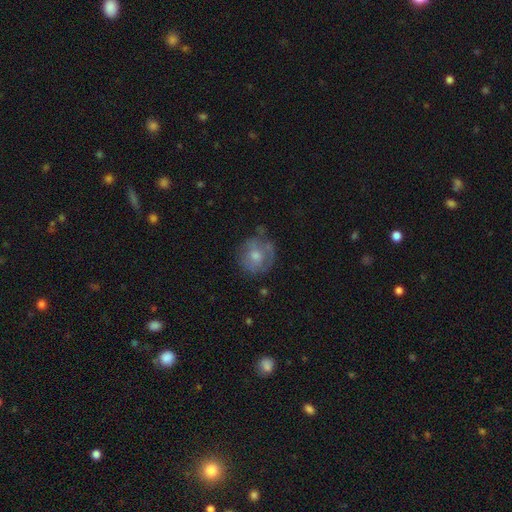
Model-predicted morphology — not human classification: Smooth or featured: featured or disk — 45% (smooth — 44%)
Merging: none — 64% (minor disturbance — 23%)